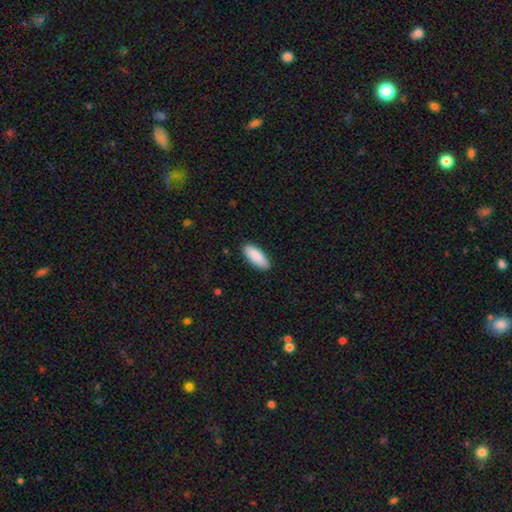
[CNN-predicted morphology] smooth 90%, star or artifact 5%, featured or disk 4%. Down the decision tree: how rounded — in between (75%); merging — none (89%).